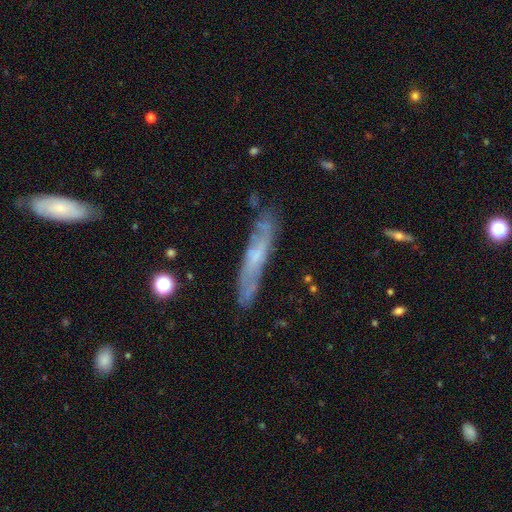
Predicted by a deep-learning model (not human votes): Morphology: type=featured or disk (56%); edge-on=yes (60%); merging=none (74%).